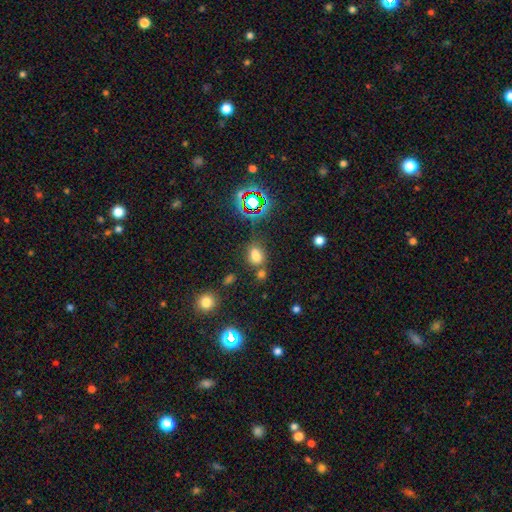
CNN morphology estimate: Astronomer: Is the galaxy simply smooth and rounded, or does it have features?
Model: smooth — 70%.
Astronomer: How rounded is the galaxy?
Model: in between — 71%.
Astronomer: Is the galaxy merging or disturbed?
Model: none — 60%.